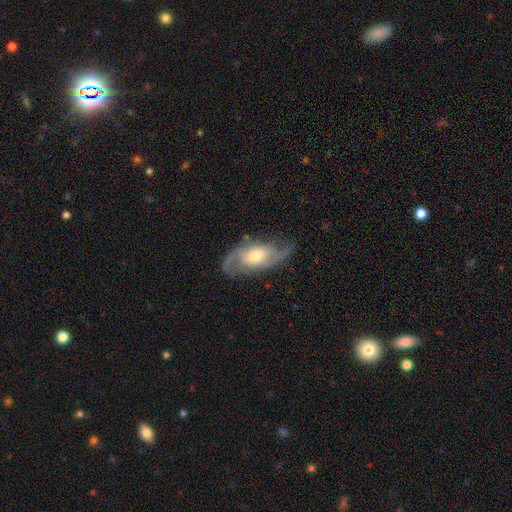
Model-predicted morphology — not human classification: This is clearly a featured or disk galaxy (85%). It is clearly not viewed edge-on (94%). Bar: possibly no (57%). Spiral arm pattern: clearly yes (96%). Spiral arm count: clearly 2 (89%). Spiral winding: possibly medium (49%). Central bulge: possibly moderate (60%). Merging: likely none (76%).